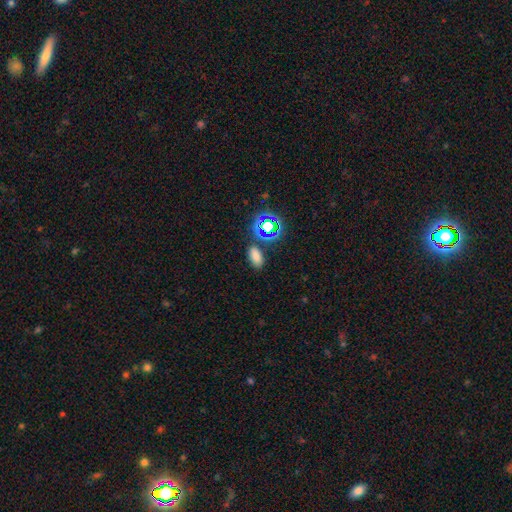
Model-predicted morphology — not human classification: A smooth galaxy with no disk features (70%) that is in between round and cigar-shaped (89%). Merging: none (80%).